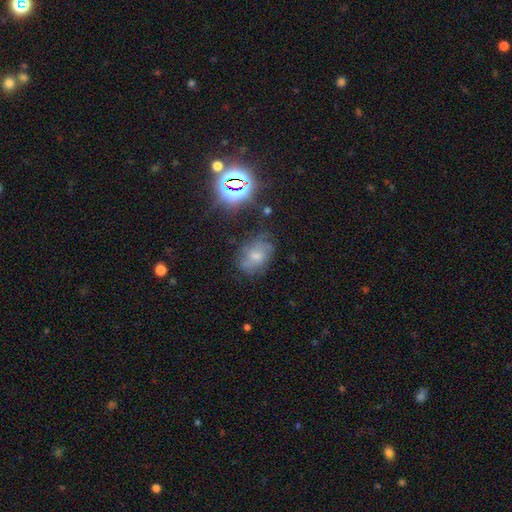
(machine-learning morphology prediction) This is possibly a smooth galaxy (46%). Merging: likely none (60%).